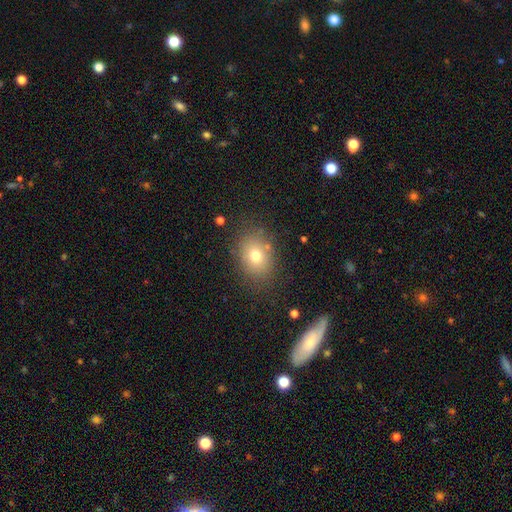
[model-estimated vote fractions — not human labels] Smooth or featured? Predicted: smooth (p=0.73). How rounded? Predicted: in between (p=0.62). Merging? Predicted: none (p=0.80).